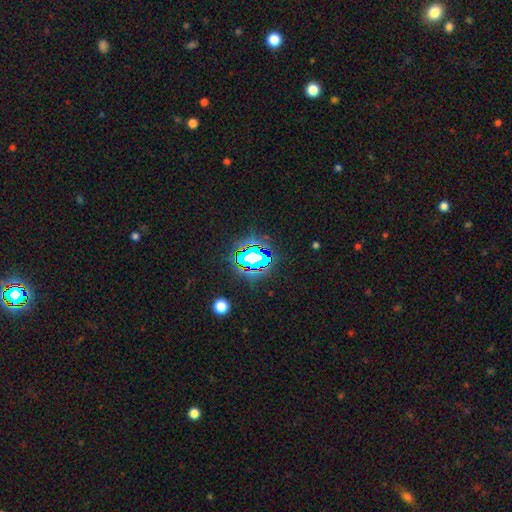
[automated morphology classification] A star or artifact, not a galaxy (67%).